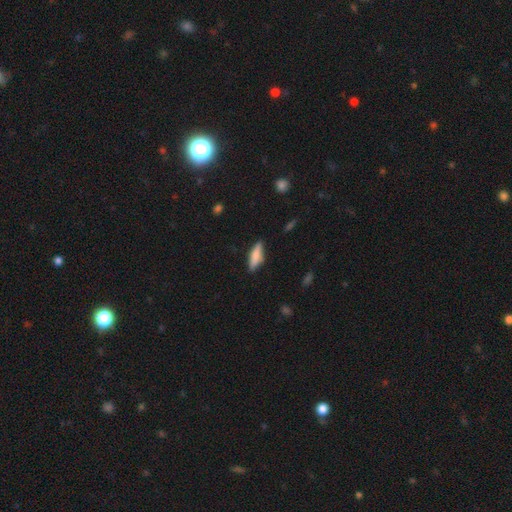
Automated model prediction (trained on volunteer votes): The model was most divided on "how rounded": cigar-shaped: 57%, in between: 41%, round: 2%. More confident: merging — none (82%); smooth or featured — smooth (69%).